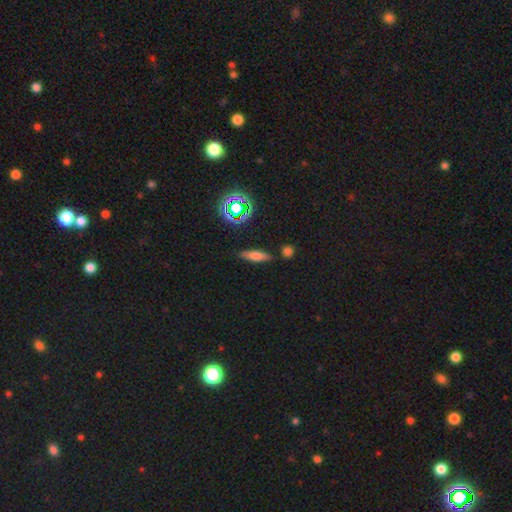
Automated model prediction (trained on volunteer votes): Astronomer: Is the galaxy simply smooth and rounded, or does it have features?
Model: smooth — 64%.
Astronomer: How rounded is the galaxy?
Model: cigar-shaped — 58% (runner-up: in between, 37%).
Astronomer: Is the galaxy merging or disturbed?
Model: none — 82%.